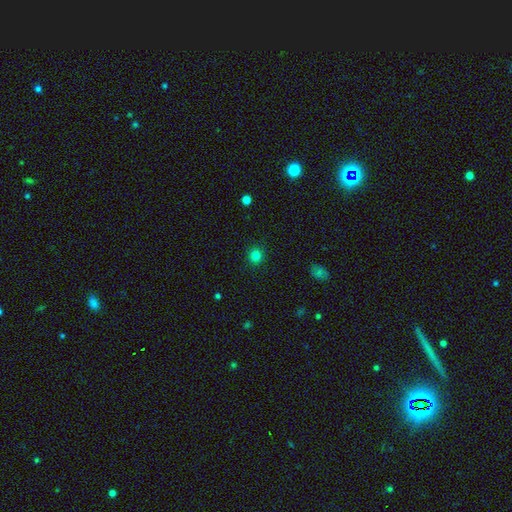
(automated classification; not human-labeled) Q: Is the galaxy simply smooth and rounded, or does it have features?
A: smooth — 81%.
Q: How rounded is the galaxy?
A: round — 90%.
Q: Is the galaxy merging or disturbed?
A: none — 91%.